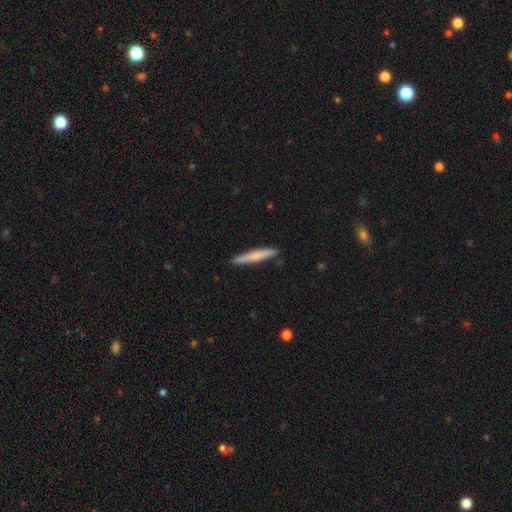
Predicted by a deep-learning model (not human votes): Q: Smooth or featured?
A: smooth (66%); runner-up: featured or disk (29%)
Q: How rounded?
A: cigar-shaped (96%); runner-up: in between (3%)
Q: Merging?
A: none (90%); runner-up: minor disturbance (8%)